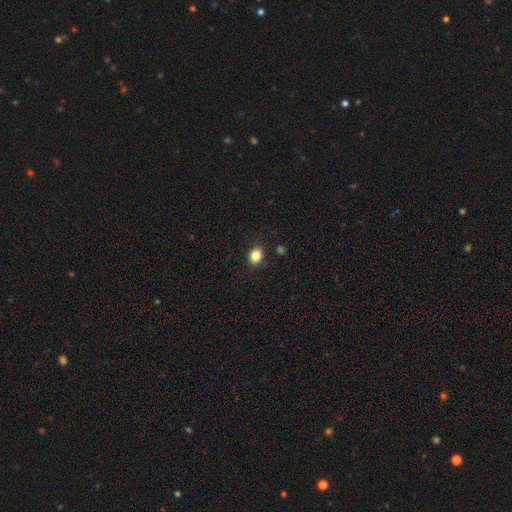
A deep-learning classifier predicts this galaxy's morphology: A smooth galaxy with no disk features (84%) that is in between round and cigar-shaped (63%).

Vote fractions:
- Smooth or featured? smooth: 84% / star or artifact: 10% / featured or disk: 5%
- How rounded? in between: 63% / round: 36% / cigar-shaped: 1%
- Merging? none: 87% / minor disturbance: 9% / major disturbance: 2% / merger: 2%